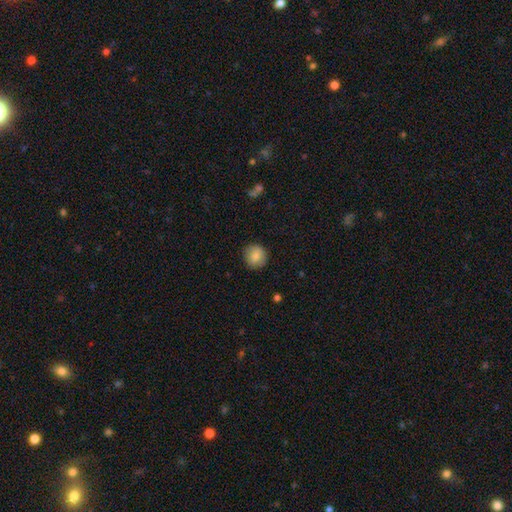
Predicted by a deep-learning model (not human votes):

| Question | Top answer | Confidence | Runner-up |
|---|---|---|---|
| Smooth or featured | smooth | 84% | featured or disk (8%) |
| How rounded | round | 92% | in between (7%) |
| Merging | none | 89% | minor disturbance (8%) |